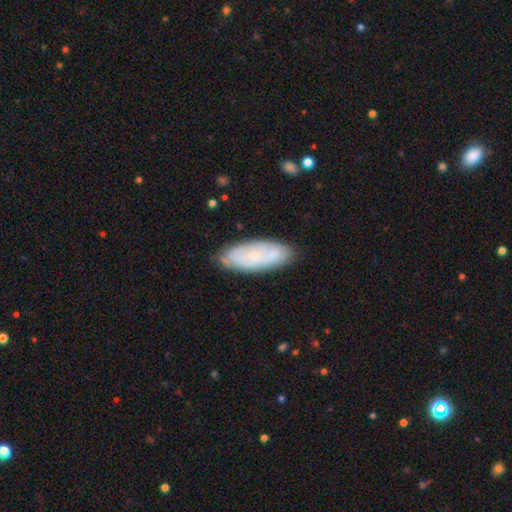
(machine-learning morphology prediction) This appears to be a featured or disk galaxy (50%). Merging: none (80%).